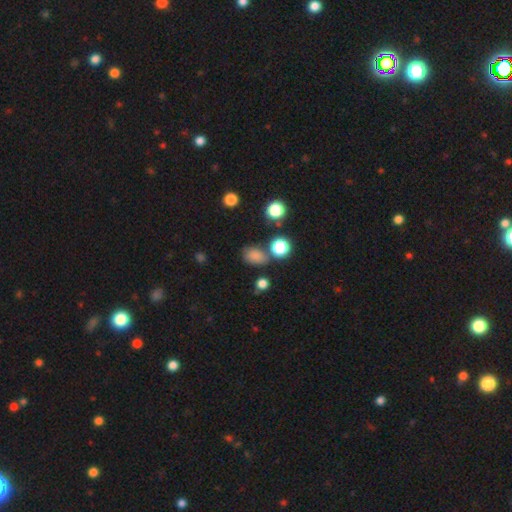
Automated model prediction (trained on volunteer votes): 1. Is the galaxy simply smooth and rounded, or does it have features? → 79% smooth, 15% star or artifact, 6% featured or disk.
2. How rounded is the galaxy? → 67% in between, 31% round, 1% cigar-shaped.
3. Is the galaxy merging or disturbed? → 65% none, 17% minor disturbance, 13% merger, 6% major disturbance.